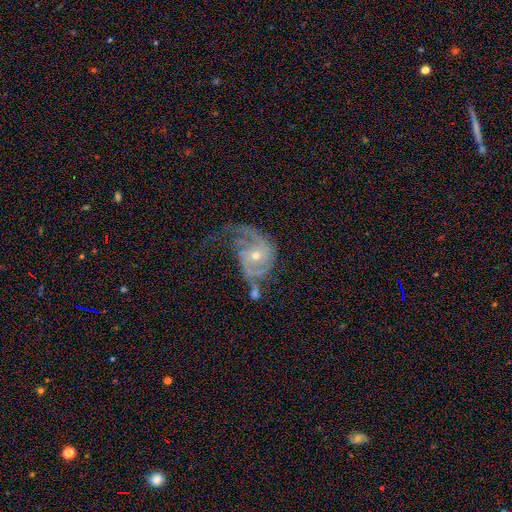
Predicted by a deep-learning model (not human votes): Smooth or featured? featured or disk (85%)
Edge-on disk? no (97%)
Bar? no (66%)
Spiral arms? yes (94%)
Spiral winding? medium (43%)
Spiral arm count? 2 (59%)
Bulge size? small (56%)
Merging? none (36%)